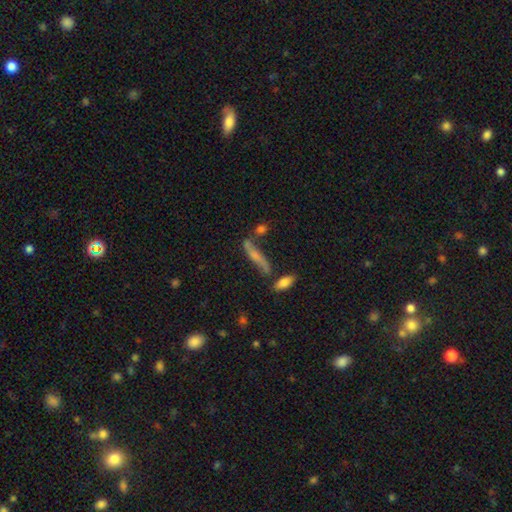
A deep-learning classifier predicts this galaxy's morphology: The model was most divided on "smooth or featured": smooth: 47%, featured or disk: 42%, star or artifact: 11%. More confident: merging — none (57%).